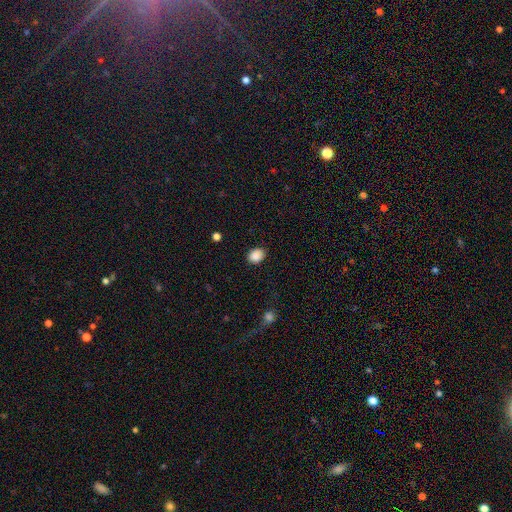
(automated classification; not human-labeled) Smooth or featured: smooth — 88% (star or artifact — 9%)
How rounded: in between — 55% (round — 44%)
Merging: none — 87% (minor disturbance — 10%)